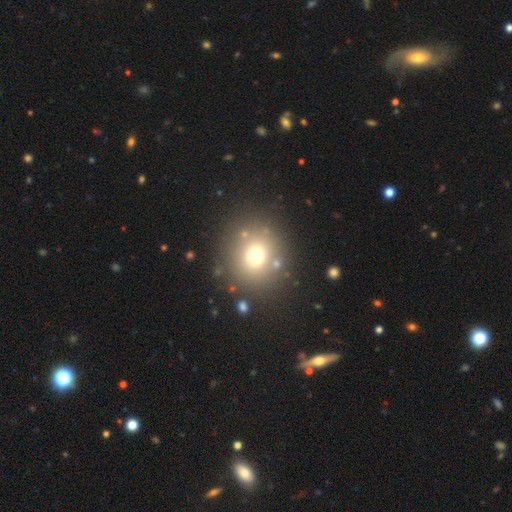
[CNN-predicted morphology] A smooth galaxy with no disk features (69%) that is round (85%). Merging: none (82%).